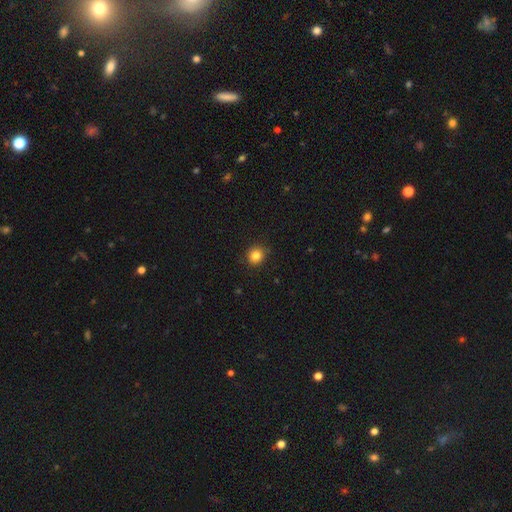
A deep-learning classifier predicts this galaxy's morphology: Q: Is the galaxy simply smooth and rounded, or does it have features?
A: smooth — 84%.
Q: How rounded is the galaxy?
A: round — 90%.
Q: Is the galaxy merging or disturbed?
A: none — 89%.